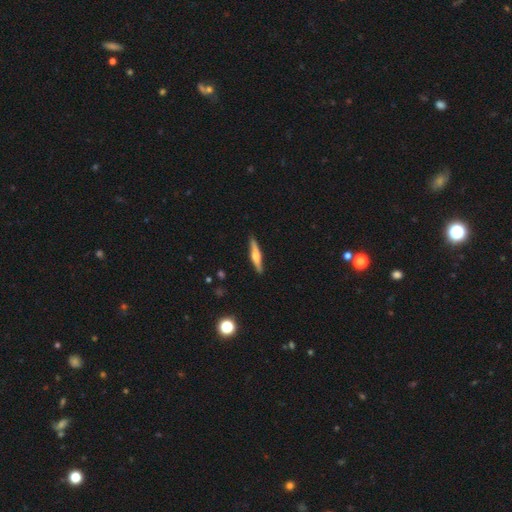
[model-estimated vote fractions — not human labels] The model was most divided on "smooth or featured": featured or disk: 65%, smooth: 30%, star or artifact: 5%. More confident: edge-on disk — yes (97%); merging — none (89%); edge-on bulge — rounded (89%).